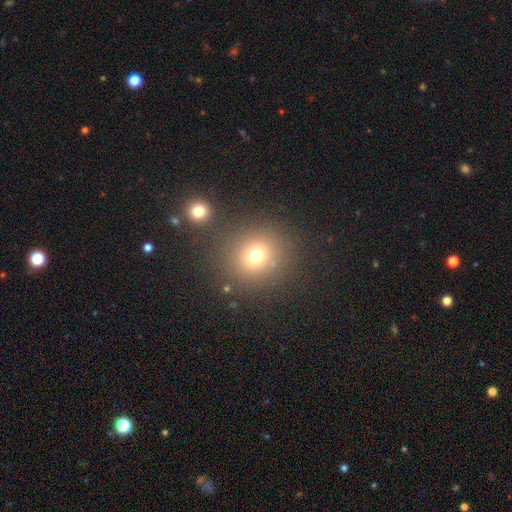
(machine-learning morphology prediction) Smooth or featured: smooth — 72% (star or artifact — 18%)
How rounded: round — 87% (in between — 12%)
Merging: none — 80% (minor disturbance — 8%)